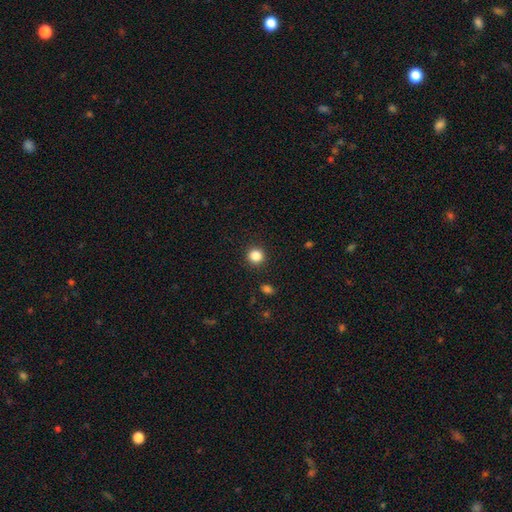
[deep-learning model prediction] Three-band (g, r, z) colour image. It shows a smooth galaxy with no disk features (85%) that is round (93%). Merging: none (91%).